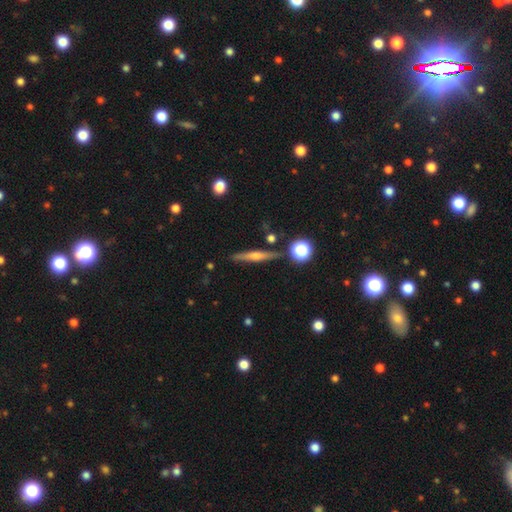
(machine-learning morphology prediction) The model was most divided on "smooth or featured": featured or disk: 52%, smooth: 39%, star or artifact: 10%. More confident: edge-on disk — yes (95%); merging — none (85%).